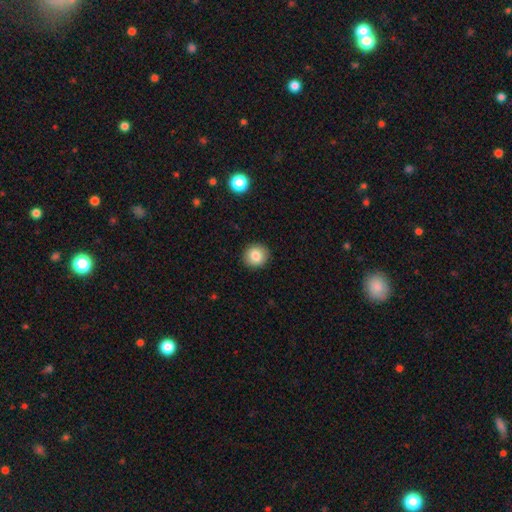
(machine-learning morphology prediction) This appears to be a smooth galaxy with no disk features (84%) that is round (89%). Merging: none (92%).